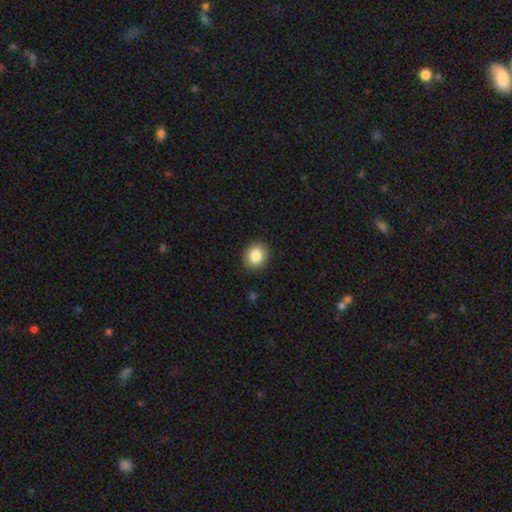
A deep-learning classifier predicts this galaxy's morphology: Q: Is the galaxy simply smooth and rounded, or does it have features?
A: smooth — 85%.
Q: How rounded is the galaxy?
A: round — 71%.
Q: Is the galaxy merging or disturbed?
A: none — 90%.